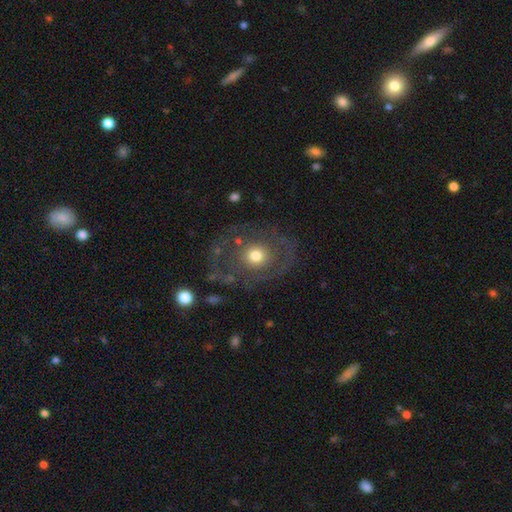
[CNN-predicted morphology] Smooth or featured?
  - featured or disk: 60% *
  - smooth: 31%
  - star or artifact: 8%
Edge-on disk?
  - no: 96% *
  - yes: 4%
Bar?
  - no: 87% *
  - weak: 10%
  - strong: 3%
Spiral arms?
  - yes: 59% *
  - no: 41%
Bulge size?
  - moderate: 65% *
  - small: 18%
  - large: 14%
  - dominant: 2%
  - none: 1%
Merging?
  - none: 68% *
  - major disturbance: 15%
  - minor disturbance: 15%
  - merger: 2%